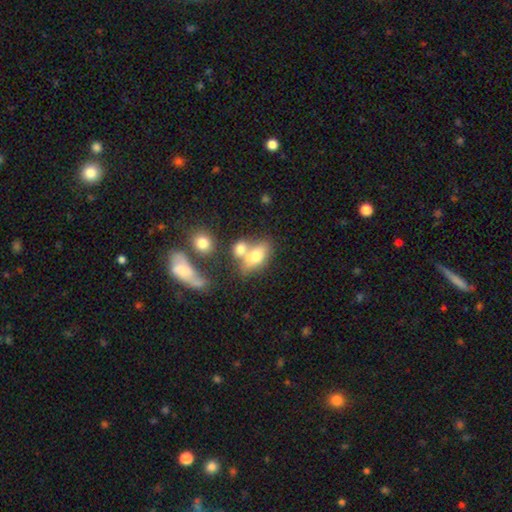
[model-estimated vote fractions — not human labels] A smooth galaxy with no disk features (68%) that is in between round and cigar-shaped (80%). Merging: merger (51%).